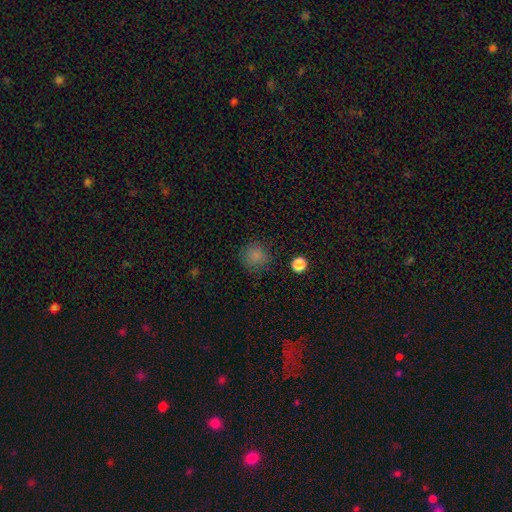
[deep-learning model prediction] A smooth galaxy with no disk features (83%) that is round (90%).

Vote fractions:
- Smooth or featured? smooth: 83% / star or artifact: 13% / featured or disk: 5%
- How rounded? round: 90% / in between: 9% / cigar-shaped: 1%
- Merging? none: 81% / minor disturbance: 12% / major disturbance: 4% / merger: 2%